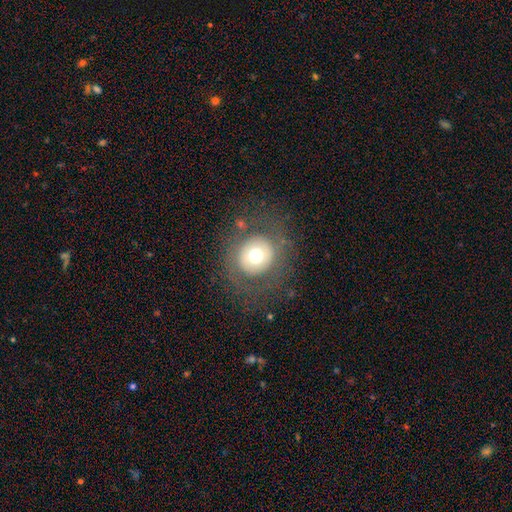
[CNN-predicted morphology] smooth-or-featured: smooth: 59% | featured or disk: 29% | star or artifact: 12%
  how-rounded: round: 86% | in between: 13% | cigar-shaped: 1%
  merging: none: 77% | minor disturbance: 11% | major disturbance: 10% | merger: 2%